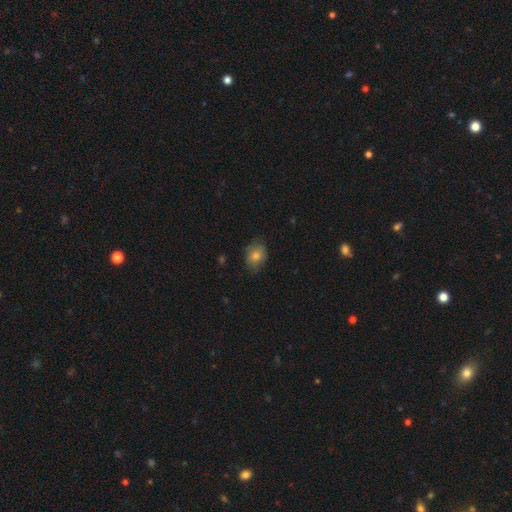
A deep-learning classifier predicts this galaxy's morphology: smooth_or_featured: smooth (p=0.74) [alt: featured or disk p=0.16]
how_rounded: in between (p=0.61) [alt: round p=0.38]
merging: none (p=0.76) [alt: minor disturbance p=0.19]